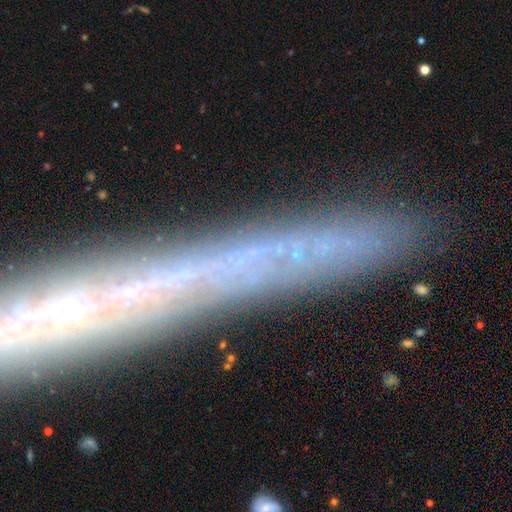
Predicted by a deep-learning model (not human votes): Smooth or featured? Predicted: featured or disk (p=0.41). Merging? Predicted: none (p=0.81).